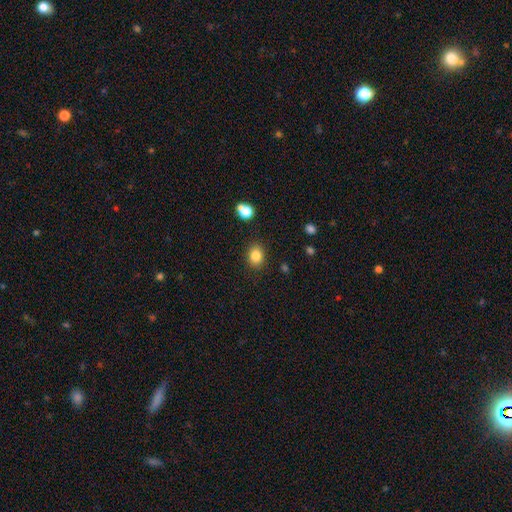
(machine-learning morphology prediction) smooth 84%, star or artifact 11%, featured or disk 6%. Down the decision tree: how rounded — round (56%); merging — none (87%).